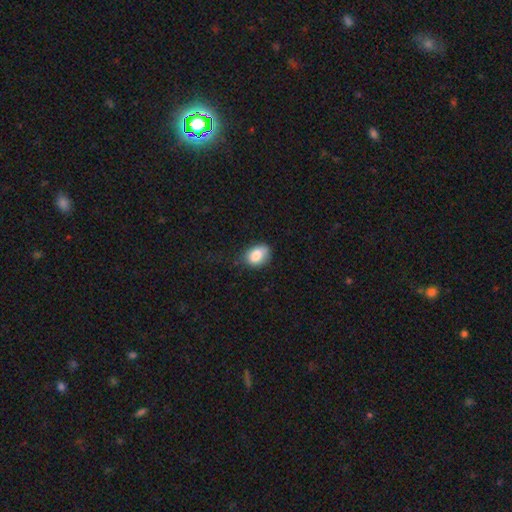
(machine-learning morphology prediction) Smooth or featured? Predicted: smooth (p=0.83). How rounded? Predicted: in between (p=0.71). Merging? Predicted: none (p=0.62).